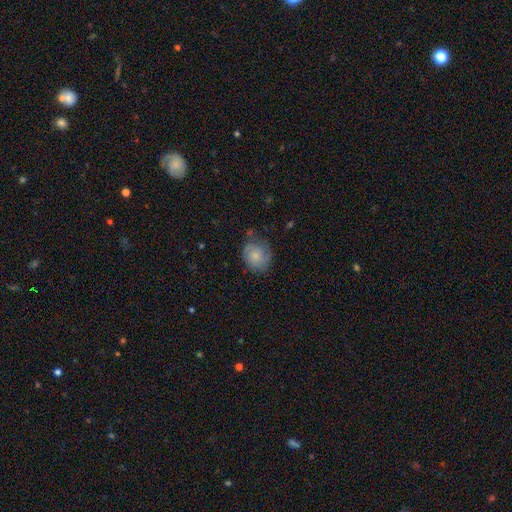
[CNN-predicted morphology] type=smooth (70%); roundness=round (69%); merging=none (67%).